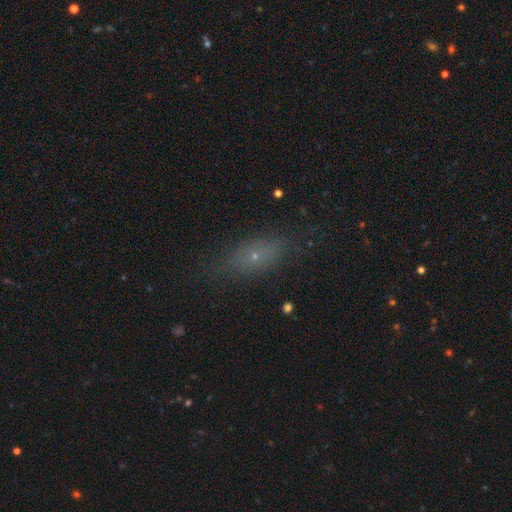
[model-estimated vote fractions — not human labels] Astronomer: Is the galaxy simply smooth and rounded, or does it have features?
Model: smooth — 61%.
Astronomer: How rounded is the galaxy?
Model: in between — 69%.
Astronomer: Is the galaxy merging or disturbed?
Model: none — 76%.